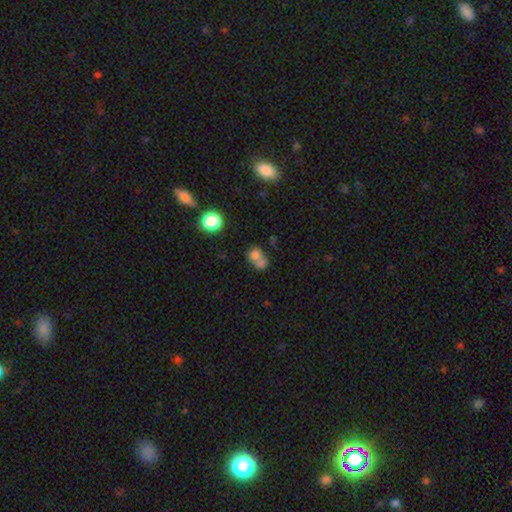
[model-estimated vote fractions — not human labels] smooth-or-featured: smooth: 71% | featured or disk: 15% | star or artifact: 14%
  how-rounded: round: 62% | in between: 37% | cigar-shaped: 1%
  merging: merger: 57% | none: 27% | minor disturbance: 9% | major disturbance: 7%